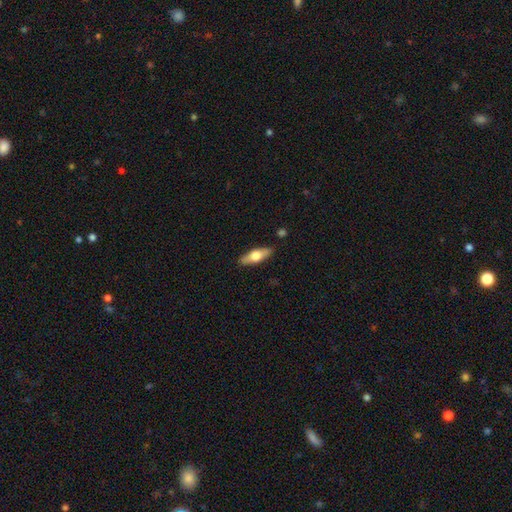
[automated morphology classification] The model was most divided on "how rounded": in between: 54%, cigar-shaped: 43%, round: 3%. More confident: merging — none (87%); smooth or featured — smooth (53%).